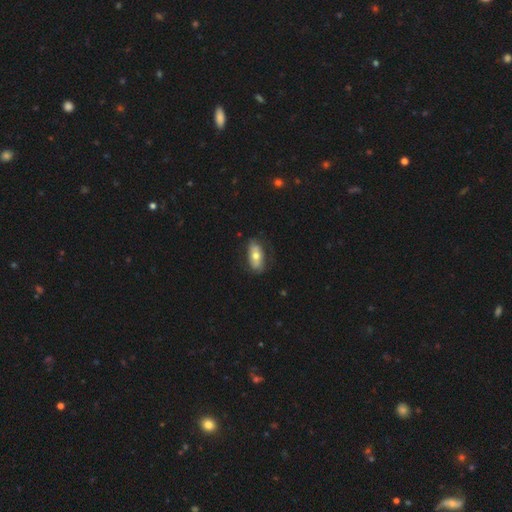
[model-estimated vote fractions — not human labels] This appears to be a smooth galaxy with no disk features (57%) that is in between round and cigar-shaped (85%). Merging: none (71%).